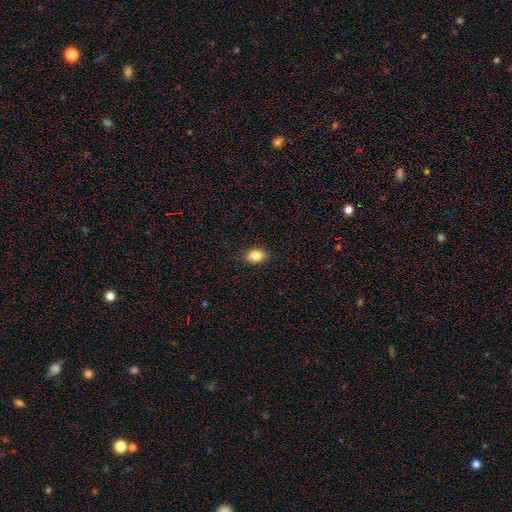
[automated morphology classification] A smooth galaxy with no disk features (86%) that is in between round and cigar-shaped (71%).

Vote fractions:
- Smooth or featured? smooth: 86% / star or artifact: 9% / featured or disk: 5%
- How rounded? in between: 71% / round: 28% / cigar-shaped: 1%
- Merging? none: 88% / minor disturbance: 9% / major disturbance: 2% / merger: 1%